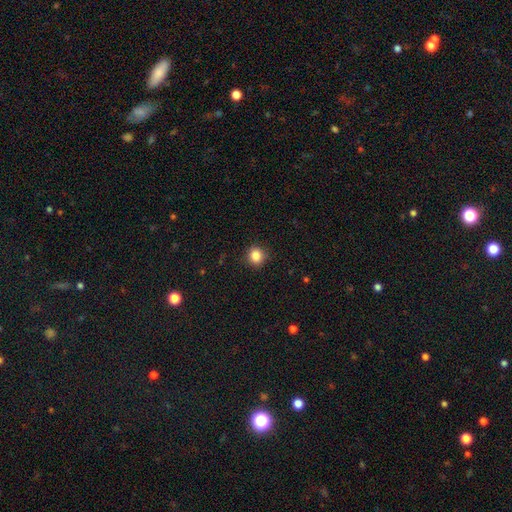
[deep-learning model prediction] smooth_or_featured: smooth (p=0.85) [alt: star or artifact p=0.11]
how_rounded: round (p=0.84) [alt: in between p=0.15]
merging: none (p=0.89) [alt: minor disturbance p=0.08]